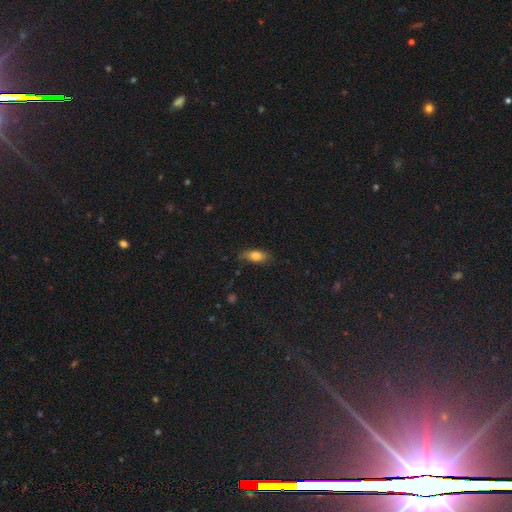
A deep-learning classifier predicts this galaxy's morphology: smooth 79%, featured or disk 13%, star or artifact 9%. Down the decision tree: how rounded — in between (81%); merging — none (73%).